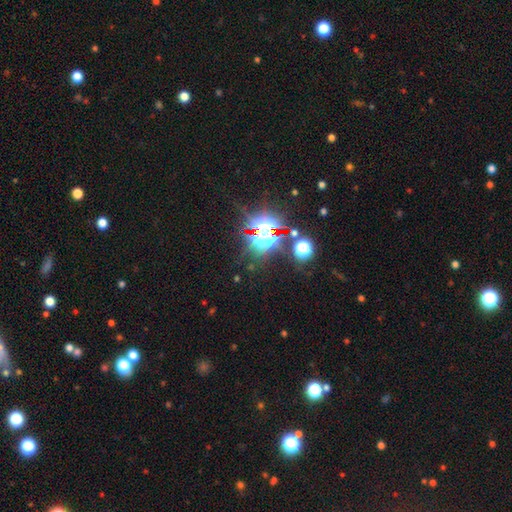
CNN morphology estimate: Smooth or featured? star or artifact (82%)